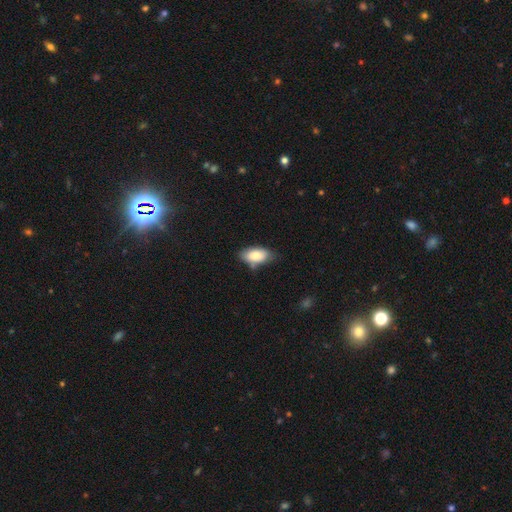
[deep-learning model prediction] A smooth galaxy with no disk features (84%) that is in between round and cigar-shaped (92%).

Vote fractions:
- Smooth or featured? smooth: 84% / featured or disk: 9% / star or artifact: 7%
- How rounded? in between: 92% / cigar-shaped: 4% / round: 4%
- Merging? none: 63% / minor disturbance: 28% / major disturbance: 5% / merger: 4%